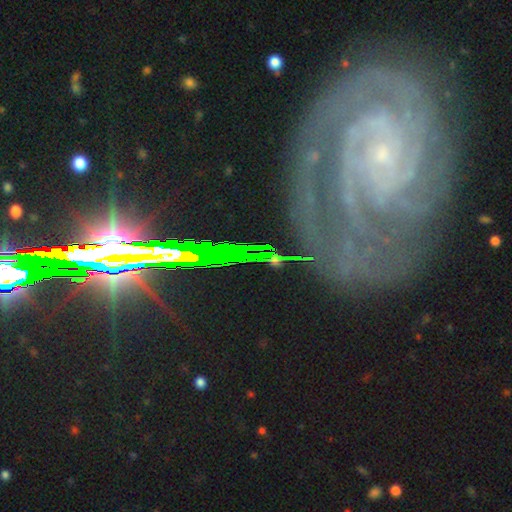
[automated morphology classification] Overall: star or artifact (71%).